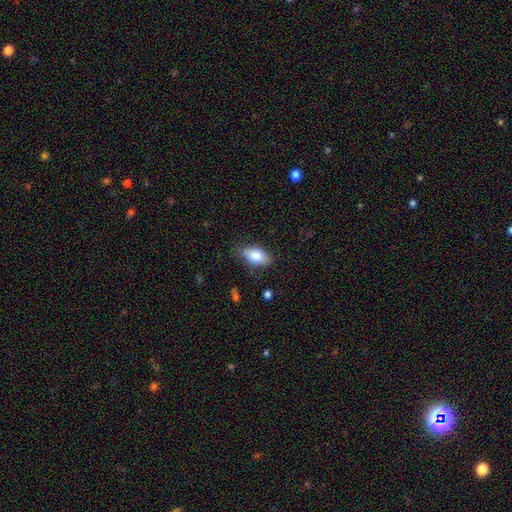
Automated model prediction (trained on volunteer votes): Overall: smooth (79%). How rounded: in between (89%). Merging: none (73%).